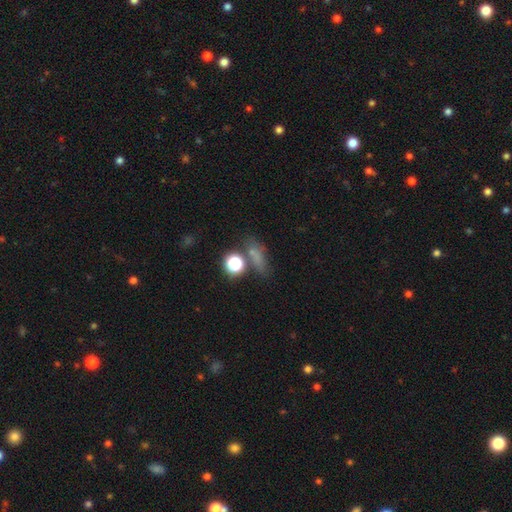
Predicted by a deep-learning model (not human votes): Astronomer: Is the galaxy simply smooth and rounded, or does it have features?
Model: smooth — 62%.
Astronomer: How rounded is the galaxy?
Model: in between — 43% (runner-up: round, 34%).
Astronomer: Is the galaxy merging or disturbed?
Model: none — 58%.